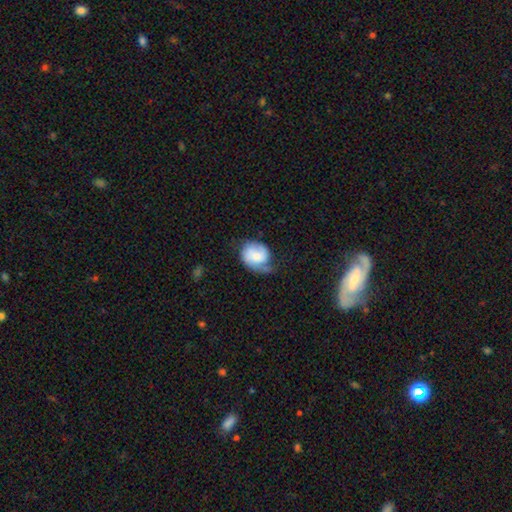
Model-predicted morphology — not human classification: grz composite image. It shows a smooth galaxy with no disk features (49%). Merging: none (40%).